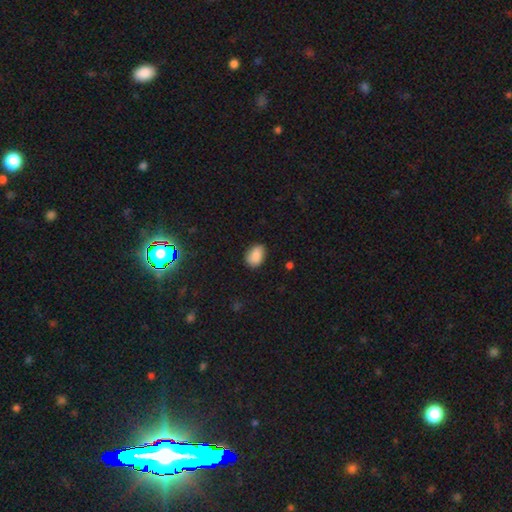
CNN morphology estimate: Smooth or featured: smooth — 86% (star or artifact — 8%)
How rounded: in between — 77% (round — 22%)
Merging: none — 77% (minor disturbance — 19%)